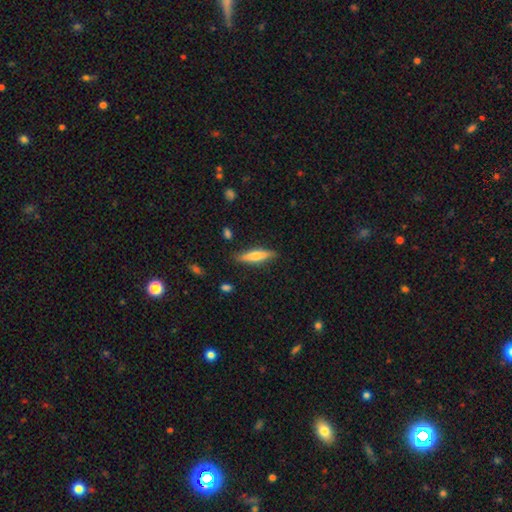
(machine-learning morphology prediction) Smooth or featured? Predicted: smooth (p=0.63). How rounded? Predicted: cigar-shaped (p=0.77). Merging? Predicted: none (p=0.86).